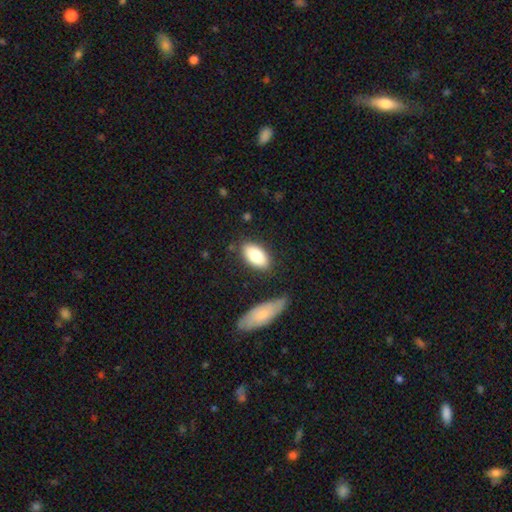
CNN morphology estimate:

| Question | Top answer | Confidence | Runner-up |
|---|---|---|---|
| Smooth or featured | smooth | 83% | featured or disk (11%) |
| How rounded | in between | 93% | cigar-shaped (4%) |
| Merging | none | 81% | minor disturbance (12%) |